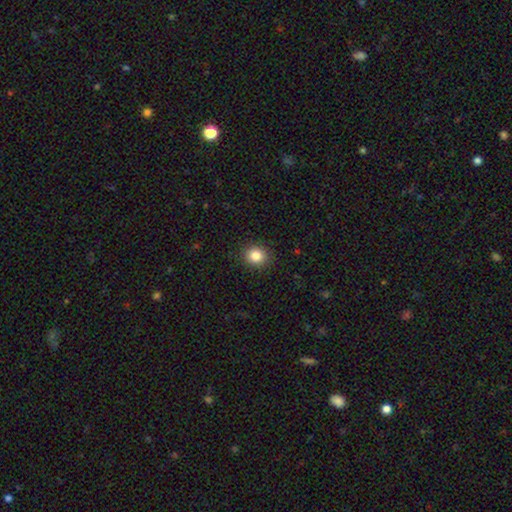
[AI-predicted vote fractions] Smooth or featured? Predicted: smooth (p=0.85). How rounded? Predicted: round (p=0.75). Merging? Predicted: none (p=0.90).